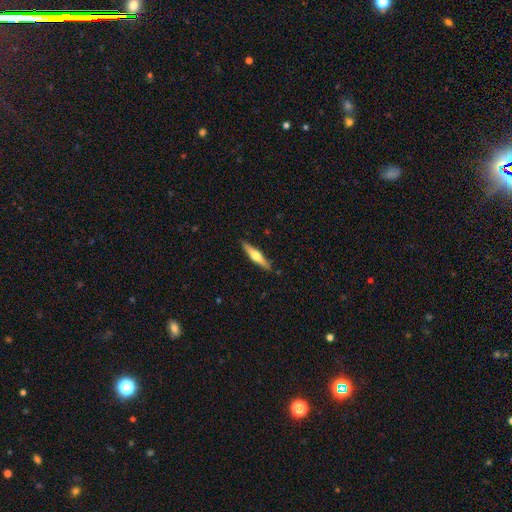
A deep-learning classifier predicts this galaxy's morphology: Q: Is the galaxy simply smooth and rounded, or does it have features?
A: featured or disk — 59%.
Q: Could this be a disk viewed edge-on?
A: yes — 96%.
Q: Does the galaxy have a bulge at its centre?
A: rounded — 93%.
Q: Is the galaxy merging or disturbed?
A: none — 89%.